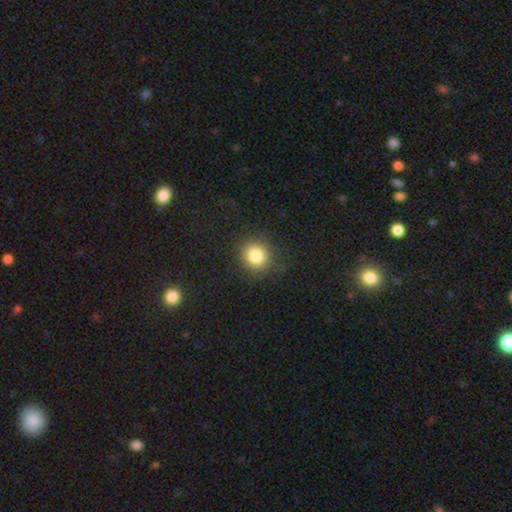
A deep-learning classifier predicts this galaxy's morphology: A smooth galaxy with no disk features (83%) that is round (84%). Merging: none (86%).